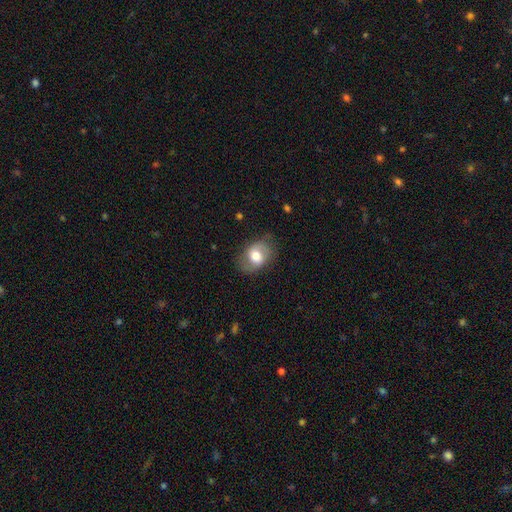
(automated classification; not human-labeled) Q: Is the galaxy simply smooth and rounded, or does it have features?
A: smooth — 59%.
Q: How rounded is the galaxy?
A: in between — 67%.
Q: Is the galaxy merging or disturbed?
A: none — 70%.